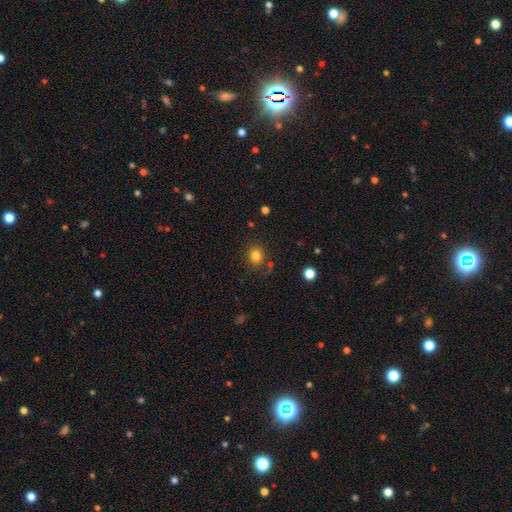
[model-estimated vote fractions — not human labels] smooth-or-featured: smooth: 81% | star or artifact: 13% | featured or disk: 6%
  how-rounded: round: 80% | in between: 19% | cigar-shaped: 1%
  merging: none: 82% | minor disturbance: 11% | merger: 4% | major disturbance: 4%